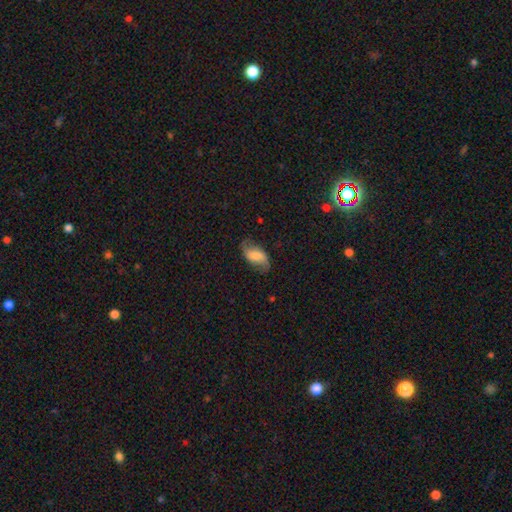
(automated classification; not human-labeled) The model was most divided on "smooth or featured": featured or disk: 48%, smooth: 43%, star or artifact: 9%. More confident: merging — none (68%).